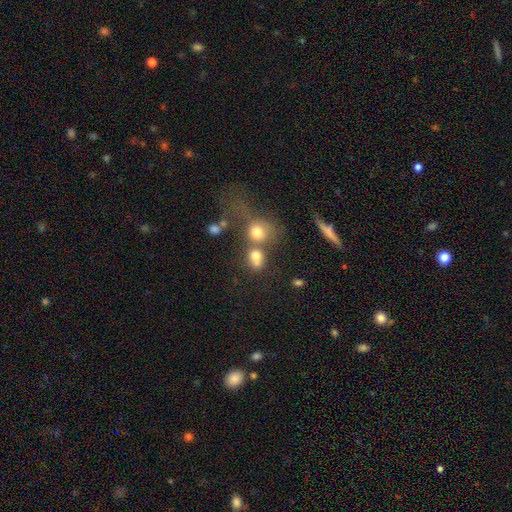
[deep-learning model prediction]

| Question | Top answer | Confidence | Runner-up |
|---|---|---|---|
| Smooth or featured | smooth | 74% | star or artifact (14%) |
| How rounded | round | 55% | in between (43%) |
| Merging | merger | 49% | none (33%) |